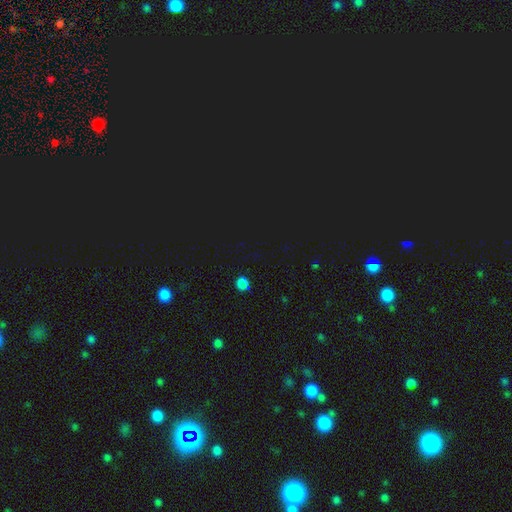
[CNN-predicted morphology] smooth-or-featured: star or artifact: 60% | smooth: 34% | featured or disk: 6%